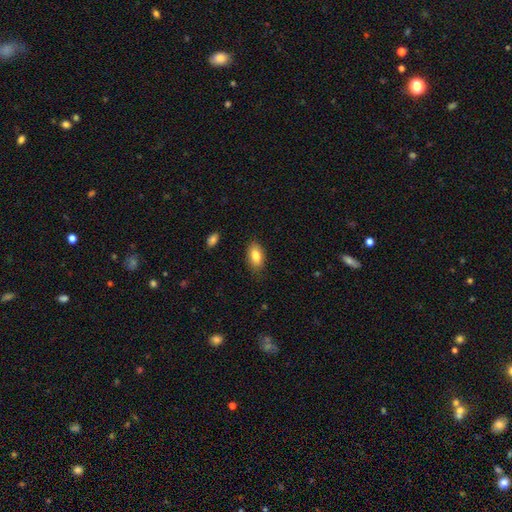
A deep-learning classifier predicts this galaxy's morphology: The model was most divided on "merging": none: 84%, minor disturbance: 13%, major disturbance: 3%, merger: 1%. More confident: how rounded — in between (92%); smooth or featured — smooth (83%).